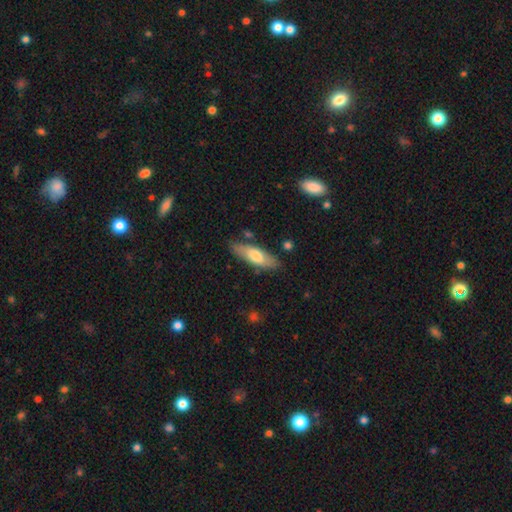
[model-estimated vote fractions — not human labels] smooth-or-featured: smooth: 67% | featured or disk: 27% | star or artifact: 5%
  how-rounded: in between: 55% | cigar-shaped: 43% | round: 2%
  merging: none: 79% | minor disturbance: 15% | major disturbance: 3% | merger: 2%